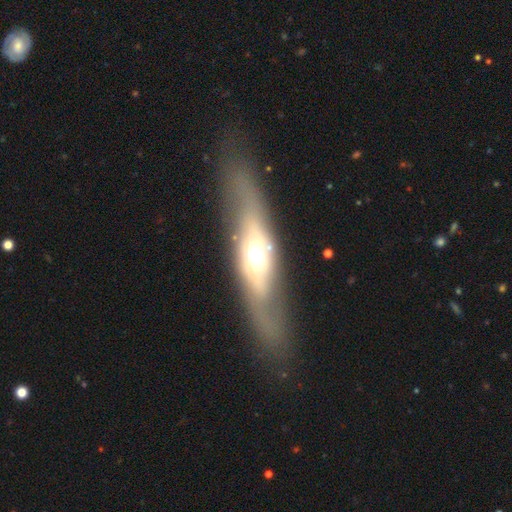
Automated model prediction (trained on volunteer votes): Overall: featured or disk (61%; smooth 31%). Edge-on disk: yes (61%; no 39%). Merging: none (78%).